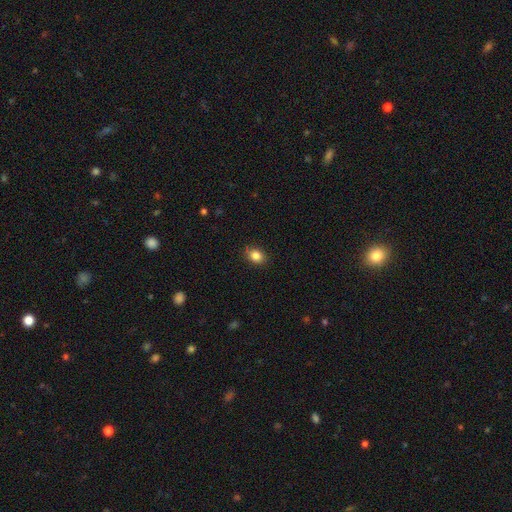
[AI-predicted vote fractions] Q: Smooth or featured?
A: smooth (85%); runner-up: star or artifact (9%)
Q: How rounded?
A: in between (61%); runner-up: round (37%)
Q: Merging?
A: none (86%); runner-up: minor disturbance (11%)